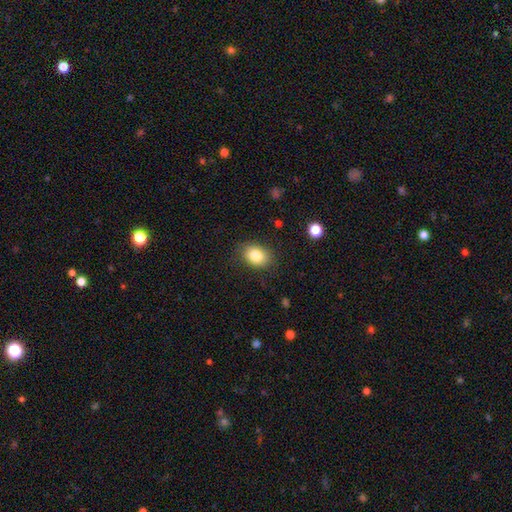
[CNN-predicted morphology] Overall: smooth (82%). How rounded: in between (67%; round 32%). Merging: none (85%).